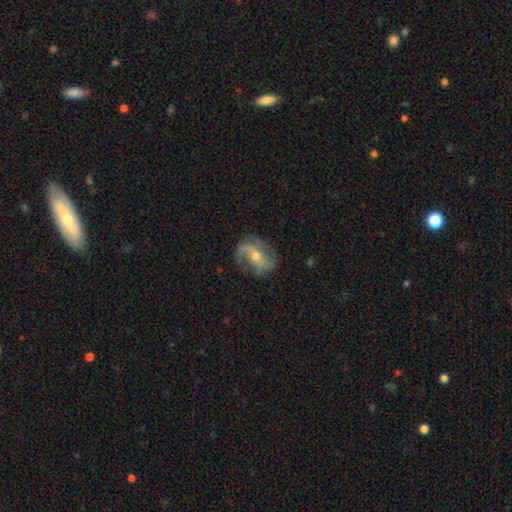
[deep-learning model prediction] smooth_or_featured: featured or disk (p=0.86) [alt: smooth p=0.08]
disk_edge_on: no (p=0.97) [alt: yes p=0.03]
bar: weak (p=0.37) [alt: strong p=0.32]
has_spiral_arms: yes (p=0.96) [alt: no p=0.04]
spiral_winding: loose (p=0.44) [alt: medium p=0.40]
spiral_arm_count: 2 (p=0.78) [alt: 3 p=0.07]
bulge_size: moderate (p=0.53) [alt: small p=0.43]
merging: none (p=0.73) [alt: minor disturbance p=0.17]